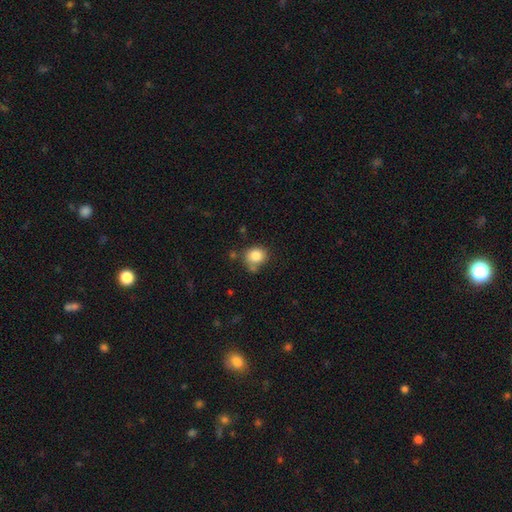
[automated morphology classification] smooth-or-featured: smooth: 83% | star or artifact: 10% | featured or disk: 7%
  how-rounded: round: 78% | in between: 21% | cigar-shaped: 1%
  merging: none: 65% | minor disturbance: 20% | merger: 10% | major disturbance: 5%